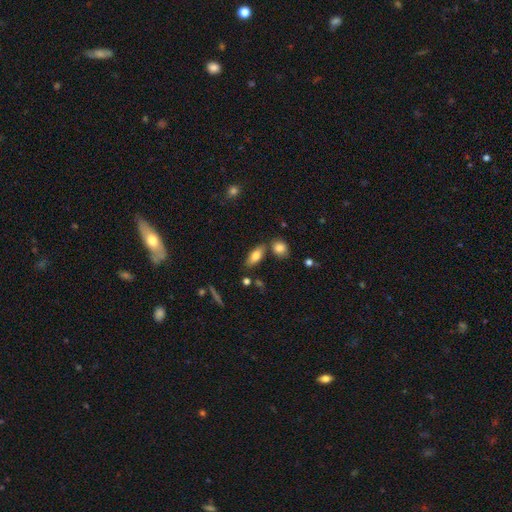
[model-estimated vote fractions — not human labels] Smooth or featured?
  - smooth: 77% *
  - featured or disk: 16%
  - star or artifact: 7%
How rounded?
  - in between: 79% *
  - cigar-shaped: 18%
  - round: 3%
Merging?
  - none: 73% *
  - merger: 12%
  - minor disturbance: 12%
  - major disturbance: 3%